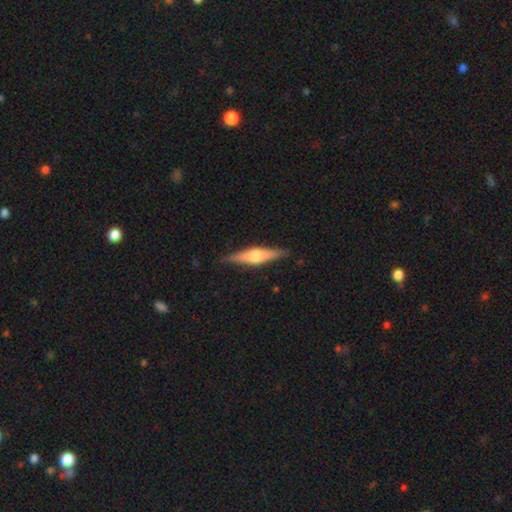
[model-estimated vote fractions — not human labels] Morphology: type=featured or disk (64%); edge-on=yes (96%); edge-on bulge=rounded (89%); merging=none (88%).